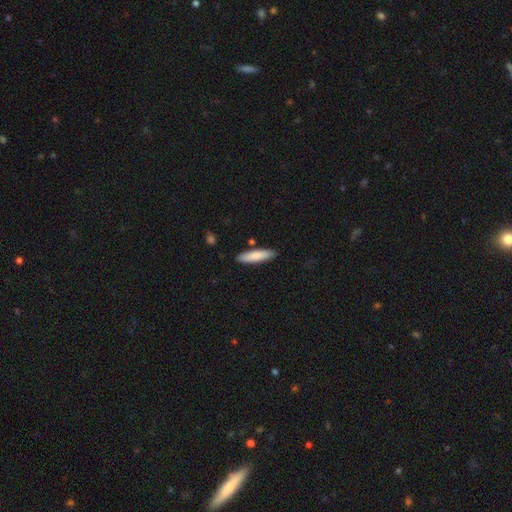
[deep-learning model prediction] A smooth galaxy with no disk features (82%) that is cigar-shaped (74%).

Vote fractions:
- Smooth or featured? smooth: 82% / featured or disk: 12% / star or artifact: 5%
- How rounded? cigar-shaped: 74% / in between: 25% / round: 1%
- Merging? none: 87% / minor disturbance: 9% / merger: 3% / major disturbance: 2%